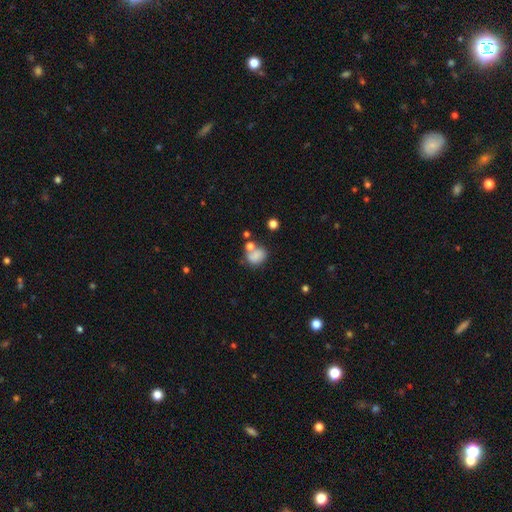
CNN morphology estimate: Smooth or featured? Predicted: smooth (p=0.76). How rounded? Predicted: in between (p=0.50). Merging? Predicted: none (p=0.44).